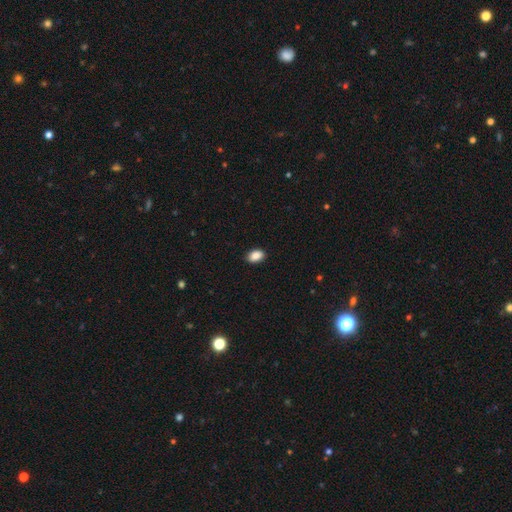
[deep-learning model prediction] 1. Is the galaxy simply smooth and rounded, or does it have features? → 89% smooth, 8% star or artifact, 3% featured or disk.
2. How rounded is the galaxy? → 88% in between, 11% round, 1% cigar-shaped.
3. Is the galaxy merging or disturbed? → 89% none, 8% minor disturbance, 2% major disturbance, 1% merger.